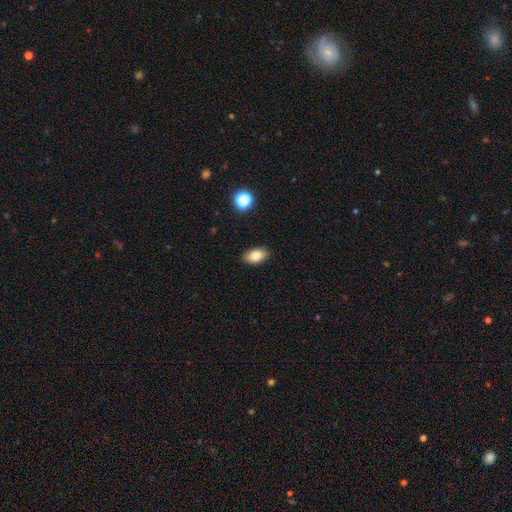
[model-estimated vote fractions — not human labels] A smooth galaxy with no disk features (83%) that is in between round and cigar-shaped (91%).

Vote fractions:
- Smooth or featured? smooth: 83% / star or artifact: 9% / featured or disk: 8%
- How rounded? in between: 91% / round: 8% / cigar-shaped: 2%
- Merging? none: 88% / minor disturbance: 9% / major disturbance: 2% / merger: 1%